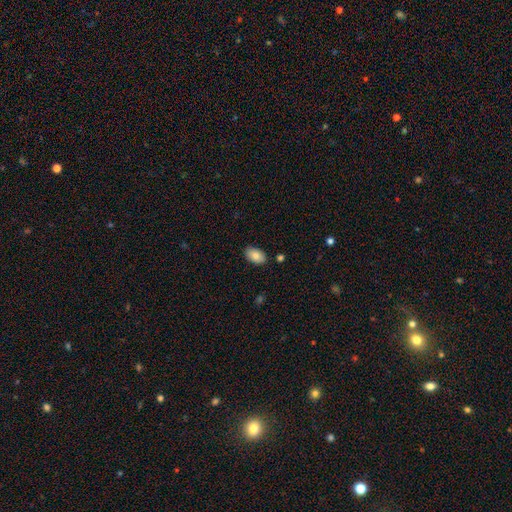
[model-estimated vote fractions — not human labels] smooth_or_featured: smooth (p=0.84) [alt: featured or disk p=0.09]
how_rounded: in between (p=0.93) [alt: round p=0.05]
merging: none (p=0.85) [alt: minor disturbance p=0.10]